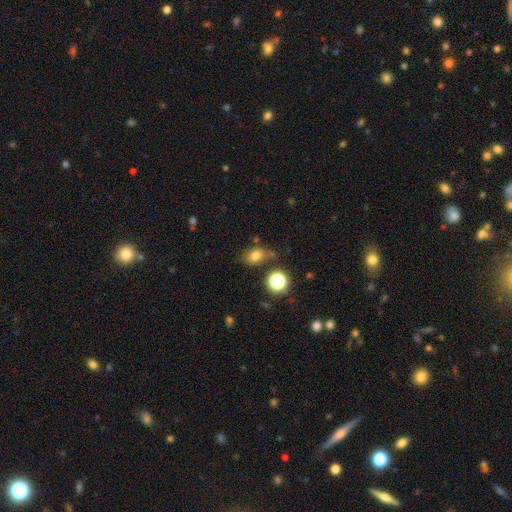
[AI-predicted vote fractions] This is likely a smooth galaxy (74%). How rounded: likely in between (72%). Merging: likely none (61%).